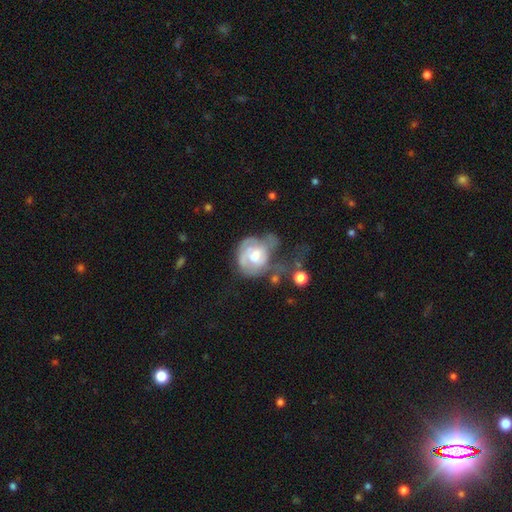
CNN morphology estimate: This is possibly a featured or disk galaxy (56%). It is clearly not viewed edge-on (97%). Bar: likely no (64%). Spiral arm pattern: possibly no (52%). Central bulge: possibly moderate (50%). Merging: possibly major disturbance (46%).